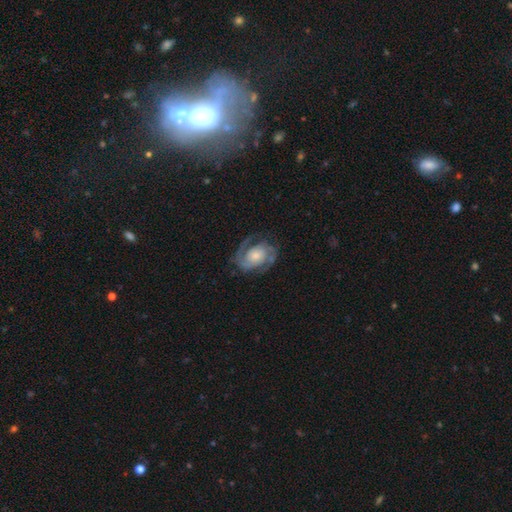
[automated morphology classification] A featured or disk galaxy (88%) with no bar (68%), 2 (88%) medium (45%) spiral arms (97%) and a moderate central bulge (40%). Merging: none (75%).